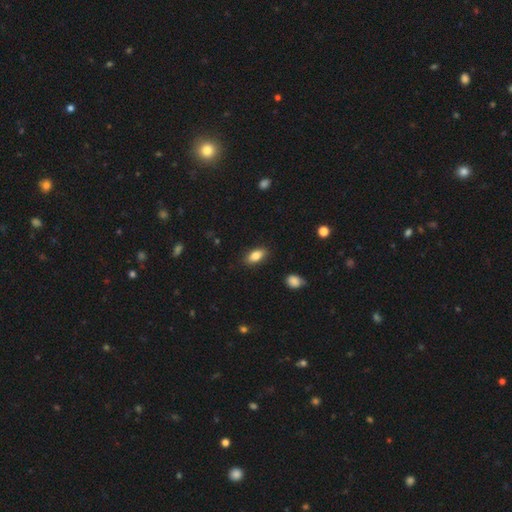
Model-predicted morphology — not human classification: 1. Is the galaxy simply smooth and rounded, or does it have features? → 82% smooth, 10% featured or disk, 8% star or artifact.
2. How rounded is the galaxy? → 88% in between, 8% cigar-shaped, 5% round.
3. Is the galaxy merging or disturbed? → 86% none, 10% minor disturbance, 2% major disturbance, 1% merger.